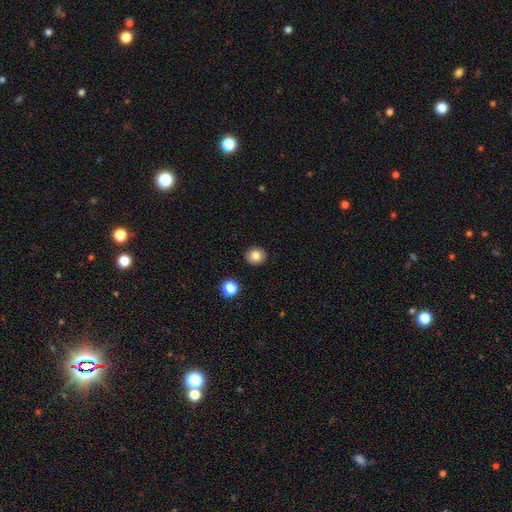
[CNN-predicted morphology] type=smooth (81%); roundness=round (83%); merging=none (91%).